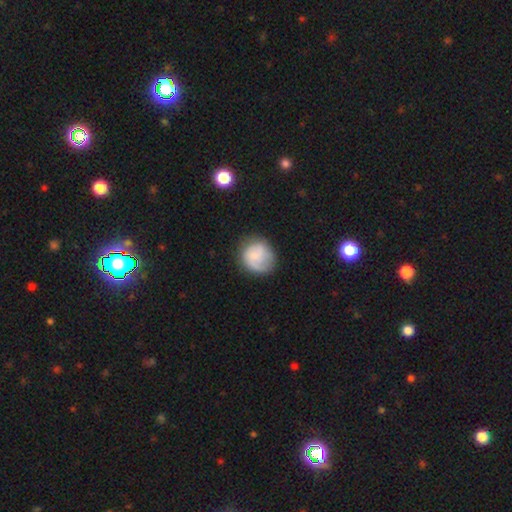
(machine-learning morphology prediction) smooth_or_featured: smooth (p=0.69) [alt: featured or disk p=0.23]
how_rounded: round (p=0.83) [alt: in between p=0.16]
merging: none (p=0.66) [alt: minor disturbance p=0.21]